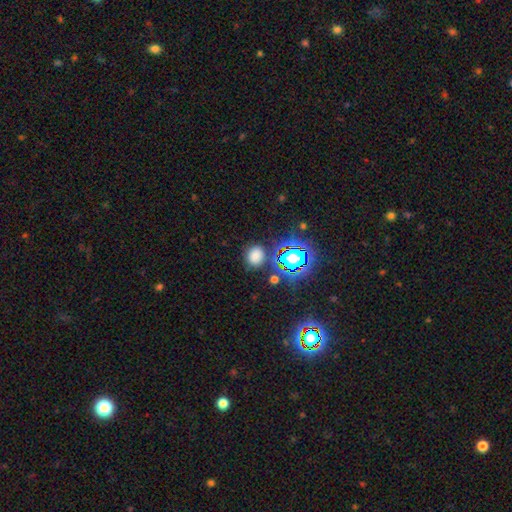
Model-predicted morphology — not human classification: Smooth or featured?
  - smooth: 69% *
  - star or artifact: 25%
  - featured or disk: 6%
How rounded?
  - round: 62% *
  - in between: 37%
  - cigar-shaped: 1%
Merging?
  - none: 79% *
  - minor disturbance: 11%
  - merger: 5%
  - major disturbance: 4%